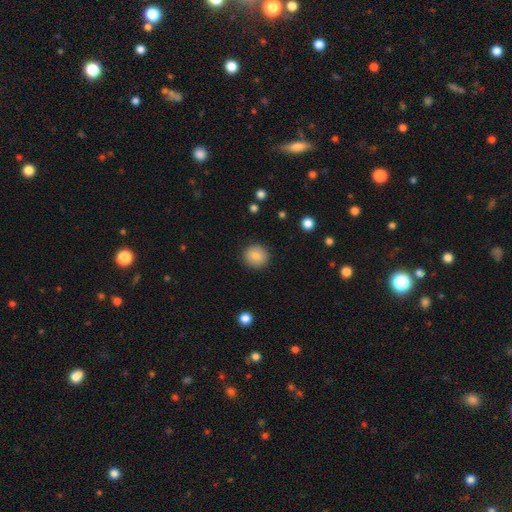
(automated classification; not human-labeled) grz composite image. It shows a smooth galaxy with no disk features (83%) that is round (92%). Merging: none (90%).